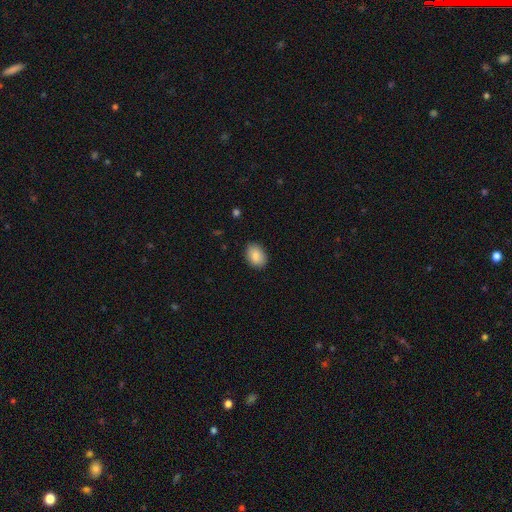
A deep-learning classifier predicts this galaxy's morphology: smooth_or_featured: smooth (p=0.86) [alt: star or artifact p=0.07]
how_rounded: in between (p=0.77) [alt: round p=0.22]
merging: none (p=0.87) [alt: minor disturbance p=0.10]